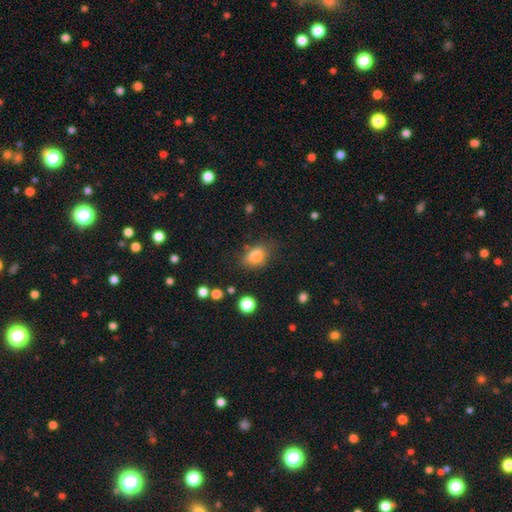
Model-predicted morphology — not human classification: Overall: smooth (82%). How rounded: in between (74%). Merging: none (68%).